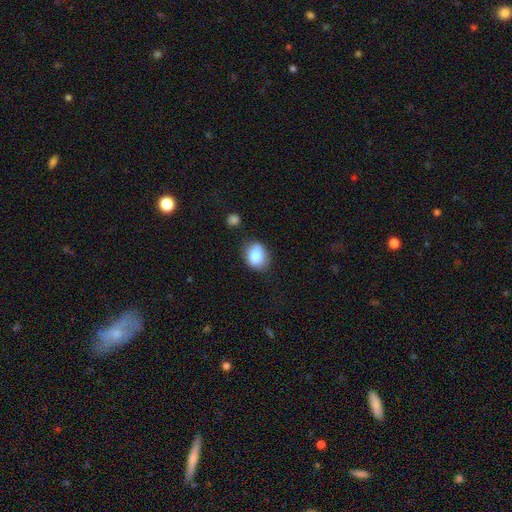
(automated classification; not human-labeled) smooth 83%, featured or disk 9%, star or artifact 8%. Down the decision tree: how rounded — in between (58%); merging — none (77%).